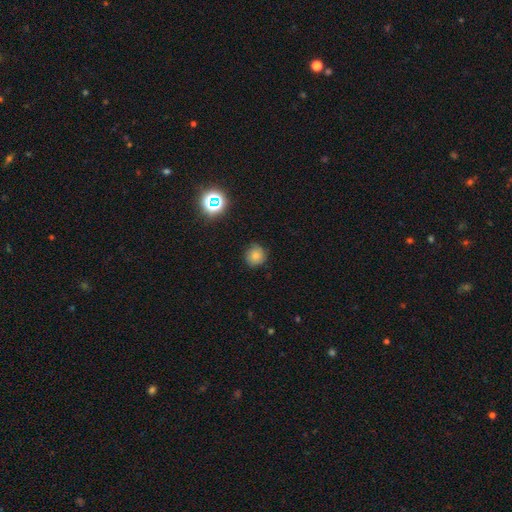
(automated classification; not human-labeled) This appears to be a smooth galaxy with no disk features (70%) that is round (92%). Merging: none (82%).